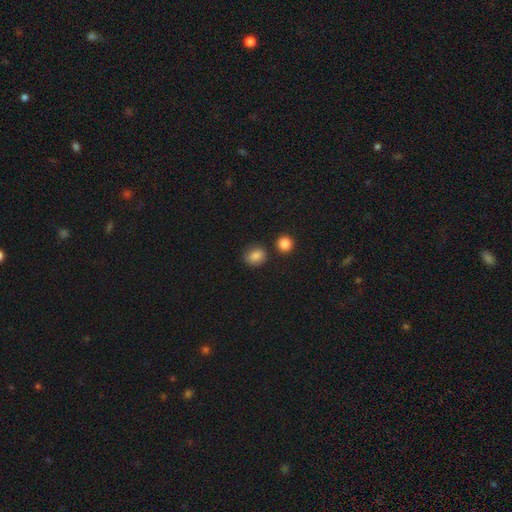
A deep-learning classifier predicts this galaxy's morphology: Smooth or featured?
  - smooth: 85% *
  - star or artifact: 10%
  - featured or disk: 5%
How rounded?
  - round: 59% *
  - in between: 40%
  - cigar-shaped: 1%
Merging?
  - none: 76% *
  - minor disturbance: 14%
  - merger: 7%
  - major disturbance: 3%